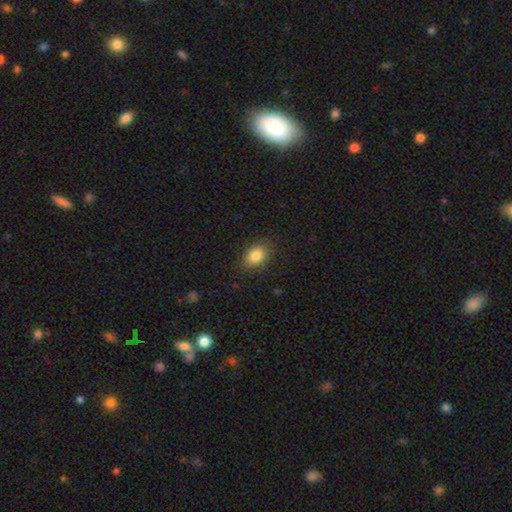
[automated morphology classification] Smooth or featured?
  - smooth: 85% *
  - star or artifact: 9%
  - featured or disk: 7%
How rounded?
  - in between: 77% *
  - round: 22%
  - cigar-shaped: 1%
Merging?
  - none: 84% *
  - minor disturbance: 12%
  - major disturbance: 3%
  - merger: 1%